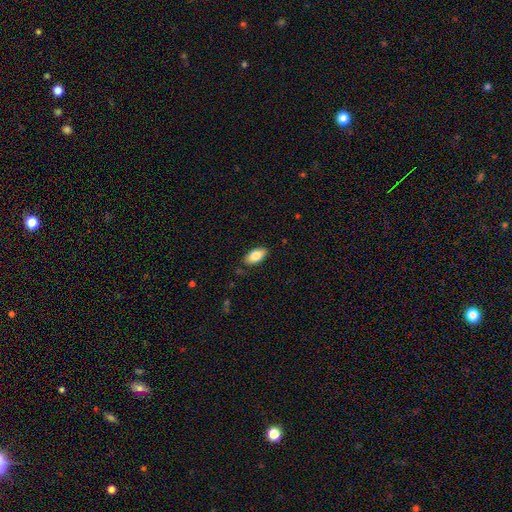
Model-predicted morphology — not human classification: type=smooth (80%); roundness=in between (91%); merging=none (86%).